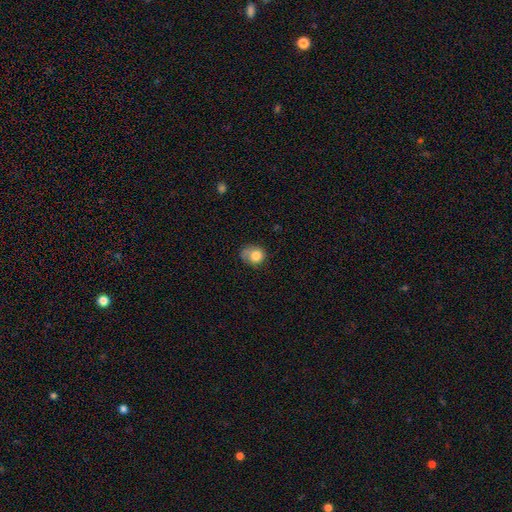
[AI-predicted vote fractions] Overall: smooth (80%). How rounded: round (68%; in between 31%). Merging: none (48%; minor disturbance 34%).